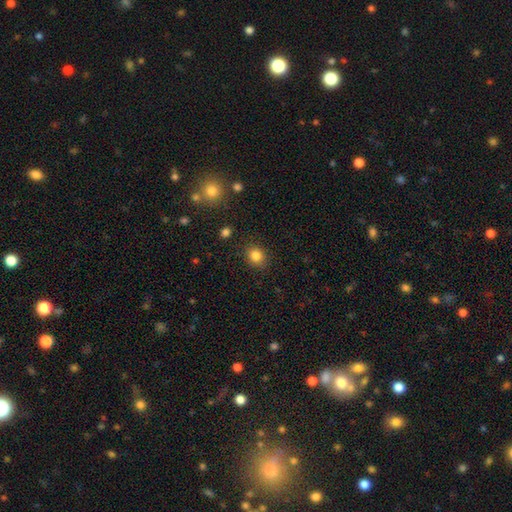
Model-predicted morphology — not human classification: Smooth or featured: smooth — 83% (star or artifact — 11%)
How rounded: round — 67% (in between — 32%)
Merging: none — 88% (minor disturbance — 8%)